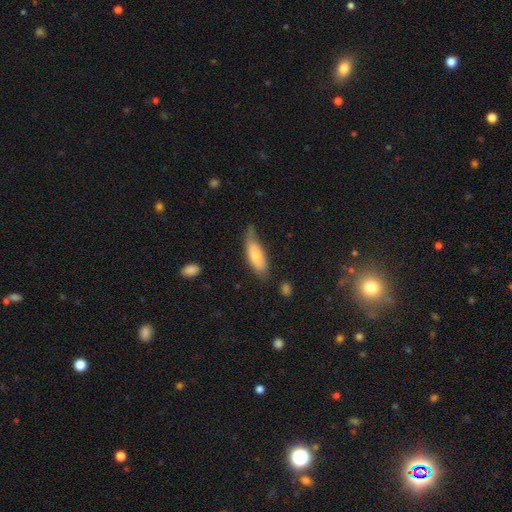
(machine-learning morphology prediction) Smooth or featured? smooth (73%)
How rounded? in between (62%)
Merging? none (51%)